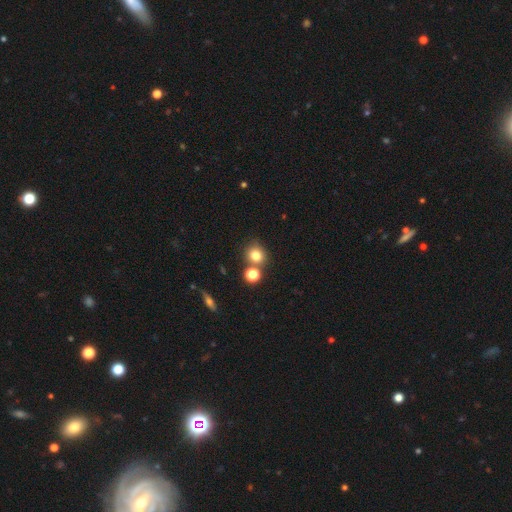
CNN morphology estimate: smooth 78%, star or artifact 14%, featured or disk 8%. Down the decision tree: how rounded — round (82%); merging — none (66%).